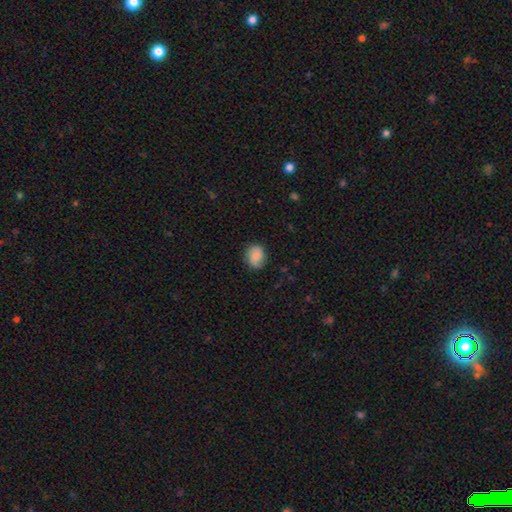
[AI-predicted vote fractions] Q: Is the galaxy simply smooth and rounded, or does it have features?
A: smooth — 83%.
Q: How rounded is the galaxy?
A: in between — 54%.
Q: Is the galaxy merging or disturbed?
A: none — 81%.